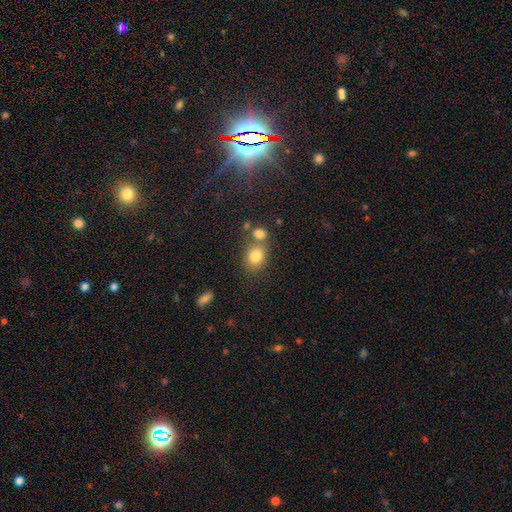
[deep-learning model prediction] Overall: smooth (80%). How rounded: in between (49%, tied with round). Merging: none (55%; merger 29%).